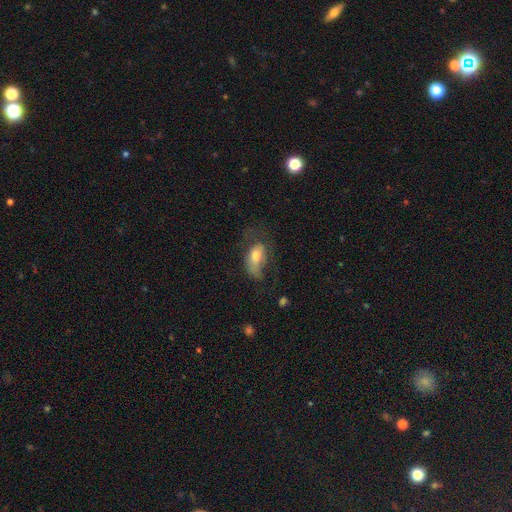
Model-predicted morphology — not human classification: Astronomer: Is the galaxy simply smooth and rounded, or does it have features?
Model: smooth — 62%.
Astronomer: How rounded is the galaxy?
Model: in between — 88%.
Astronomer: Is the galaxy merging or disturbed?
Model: major disturbance — 36% (runner-up: none, 35%).